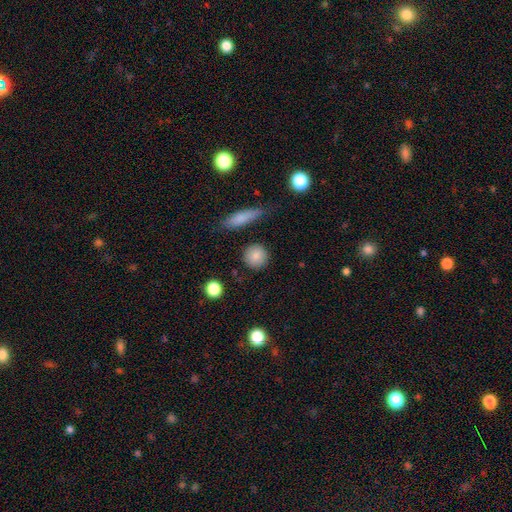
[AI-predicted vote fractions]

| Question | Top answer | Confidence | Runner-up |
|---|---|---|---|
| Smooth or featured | smooth | 85% | star or artifact (8%) |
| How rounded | round | 91% | in between (8%) |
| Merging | none | 86% | minor disturbance (9%) |